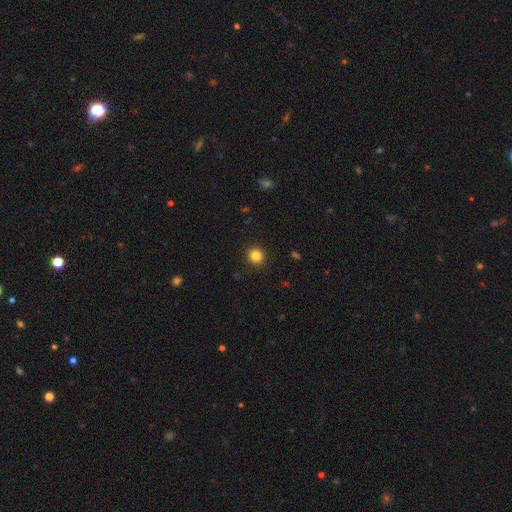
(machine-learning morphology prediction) Q: Smooth or featured?
A: smooth (83%); runner-up: star or artifact (12%)
Q: How rounded?
A: round (93%); runner-up: in between (6%)
Q: Merging?
A: none (92%); runner-up: minor disturbance (6%)